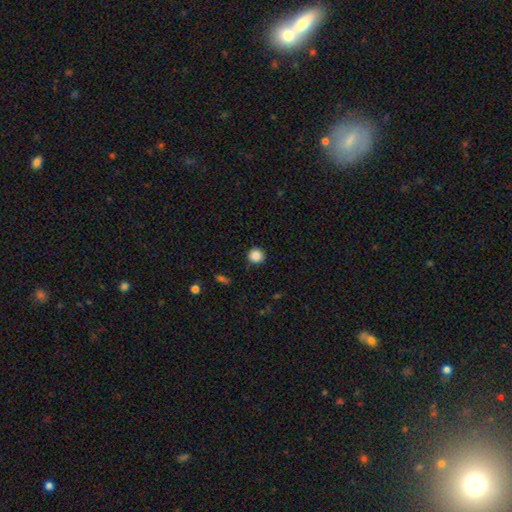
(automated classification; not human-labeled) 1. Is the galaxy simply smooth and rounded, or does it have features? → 86% smooth, 10% star or artifact, 4% featured or disk.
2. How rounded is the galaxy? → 93% round, 6% in between, 1% cigar-shaped.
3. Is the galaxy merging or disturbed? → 89% none, 8% minor disturbance, 2% major disturbance, 1% merger.